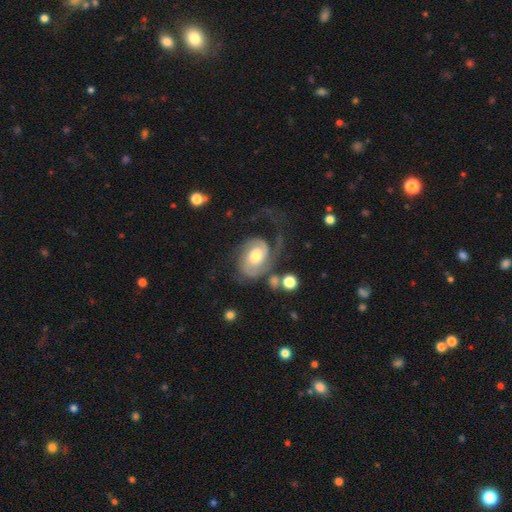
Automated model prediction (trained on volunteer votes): This is clearly a featured or disk galaxy (84%). It is clearly not viewed edge-on (97%). Bar: likely no (66%). Spiral arm pattern: clearly yes (95%). Spiral arm count: likely 2 (62%). Spiral winding: marginally tight (40%). Central bulge: likely moderate (69%). Merging: marginally none (41%).